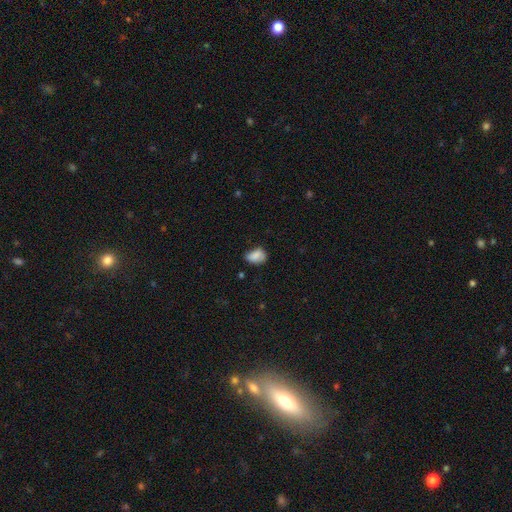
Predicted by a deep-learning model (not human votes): smooth_or_featured: smooth (p=0.80) [alt: featured or disk p=0.11]
how_rounded: in between (p=0.80) [alt: round p=0.19]
merging: none (p=0.51) [alt: minor disturbance p=0.37]